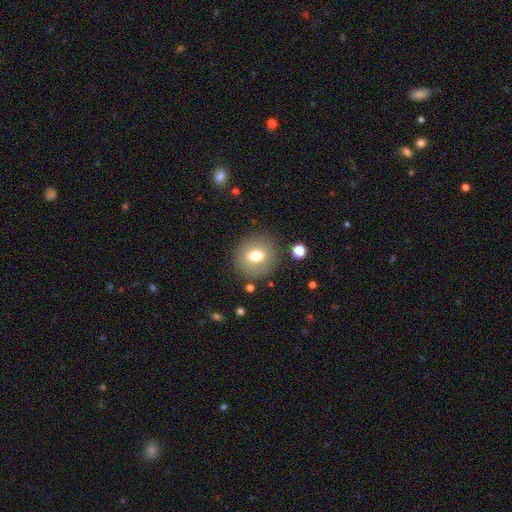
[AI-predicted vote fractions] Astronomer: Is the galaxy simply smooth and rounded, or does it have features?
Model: smooth — 70%.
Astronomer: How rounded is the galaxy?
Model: round — 80%.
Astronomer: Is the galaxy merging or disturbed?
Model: none — 84%.